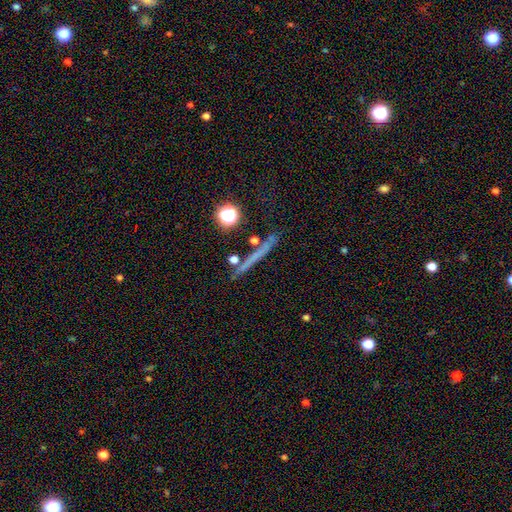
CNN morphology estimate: Smooth or featured: smooth — 42% (featured or disk — 35%)
Merging: none — 85% (minor disturbance — 8%)